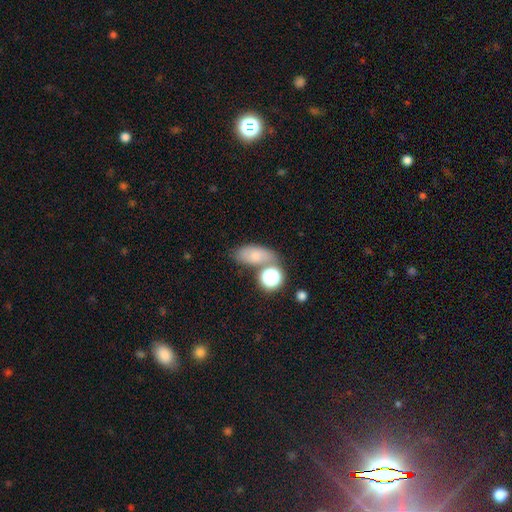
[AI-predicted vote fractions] Smooth or featured? Predicted: smooth (p=0.71). How rounded? Predicted: in between (p=0.80). Merging? Predicted: none (p=0.54).